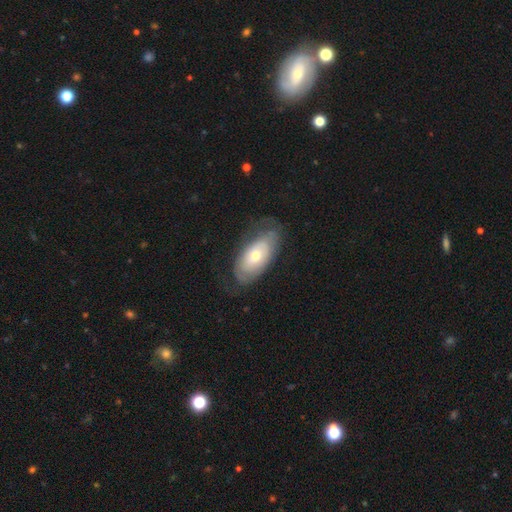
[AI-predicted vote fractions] Smooth or featured: featured or disk — 48% (smooth — 46%)
Merging: none — 65% (minor disturbance — 23%)